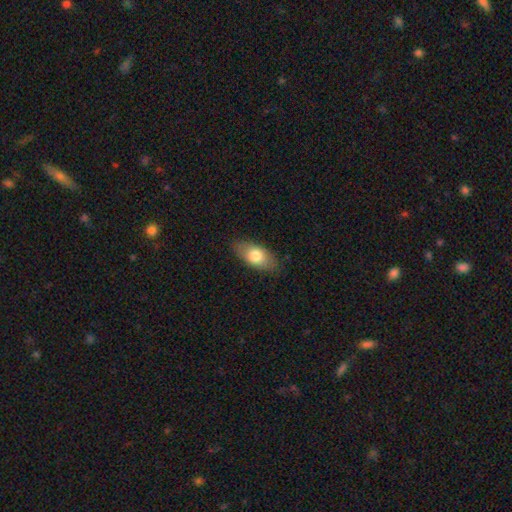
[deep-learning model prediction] Smooth or featured? Predicted: smooth (p=0.76). How rounded? Predicted: in between (p=0.89). Merging? Predicted: none (p=0.83).